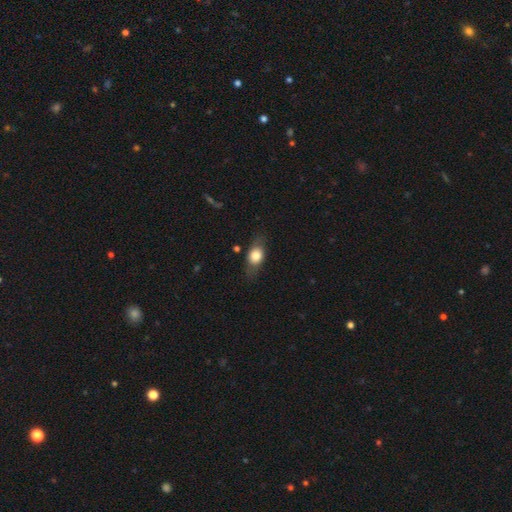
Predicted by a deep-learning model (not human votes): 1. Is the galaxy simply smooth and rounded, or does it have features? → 70% smooth, 23% featured or disk, 8% star or artifact.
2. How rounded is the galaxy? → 68% in between, 24% round, 8% cigar-shaped.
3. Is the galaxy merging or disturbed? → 73% none, 19% minor disturbance, 7% major disturbance, 1% merger.